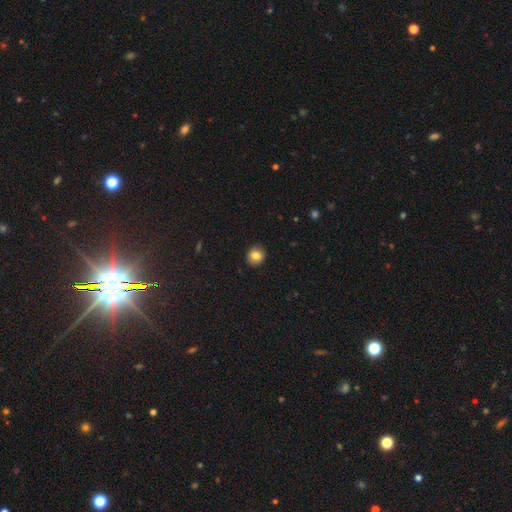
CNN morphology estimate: Overall: smooth (82%). How rounded: round (86%). Merging: none (91%).